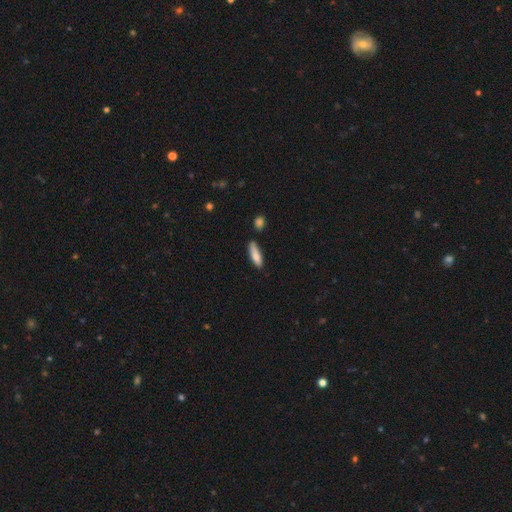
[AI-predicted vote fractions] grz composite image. It shows a smooth galaxy with no disk features (81%) that is cigar-shaped (57%). Merging: none (71%).